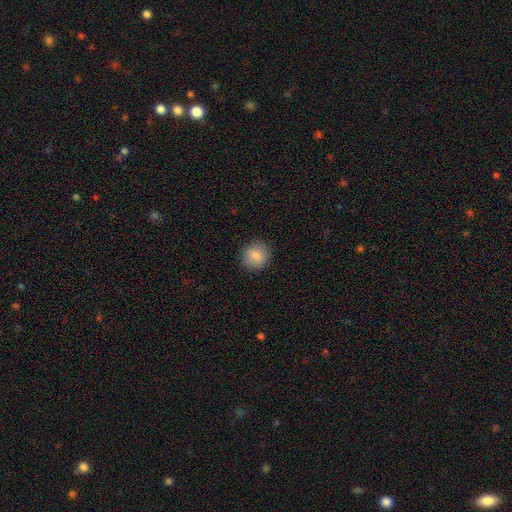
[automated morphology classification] type=smooth (84%); roundness=round (88%); merging=none (90%).